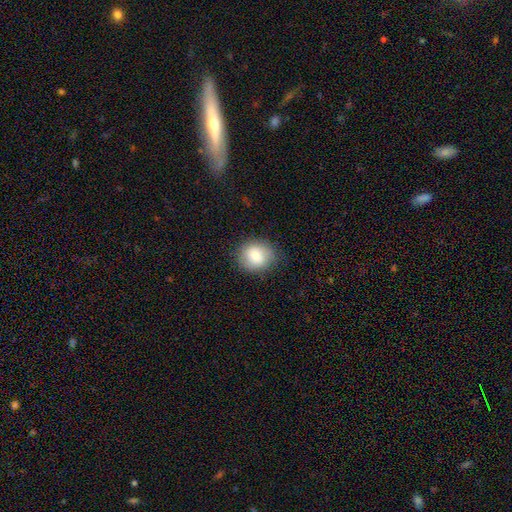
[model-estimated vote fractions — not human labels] smooth-or-featured: smooth: 79% | featured or disk: 13% | star or artifact: 8%
  how-rounded: round: 72% | in between: 27% | cigar-shaped: 1%
  merging: none: 82% | minor disturbance: 13% | major disturbance: 4% | merger: 1%